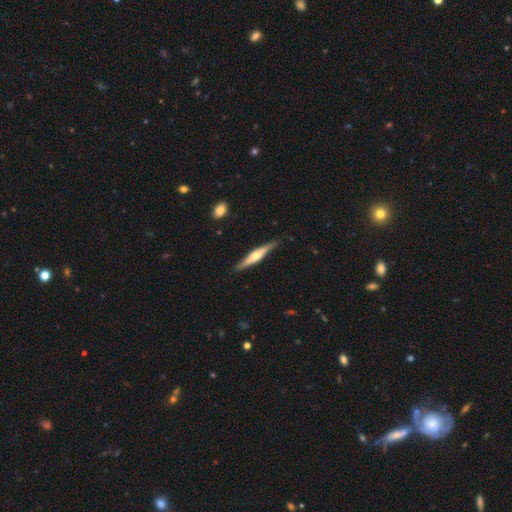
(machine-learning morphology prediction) The model was most divided on "smooth or featured": featured or disk: 66%, smooth: 29%, star or artifact: 5%. More confident: edge-on disk — yes (96%); edge-on bulge — rounded (88%); merging — none (86%).